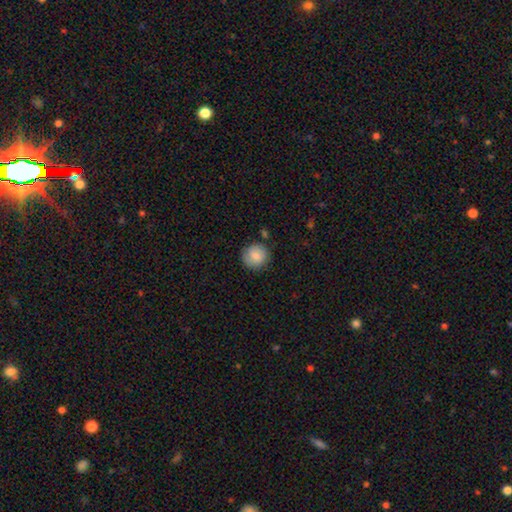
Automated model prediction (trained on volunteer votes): smooth_or_featured: smooth (p=0.85) [alt: featured or disk p=0.08]
how_rounded: round (p=0.92) [alt: in between p=0.07]
merging: none (p=0.82) [alt: minor disturbance p=0.12]